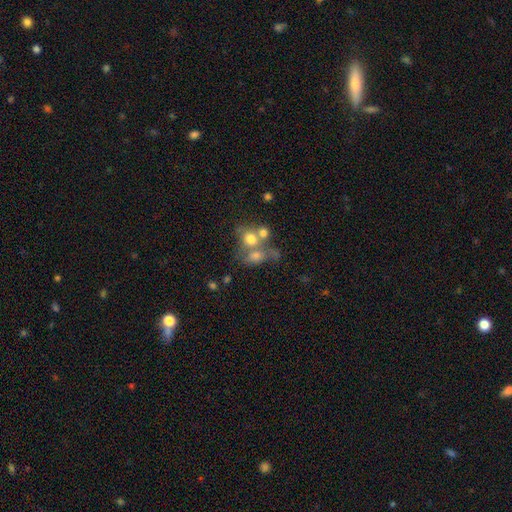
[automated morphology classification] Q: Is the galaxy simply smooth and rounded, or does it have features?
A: smooth — 63%.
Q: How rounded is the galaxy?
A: round — 53%.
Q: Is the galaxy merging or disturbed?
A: merger — 53%.